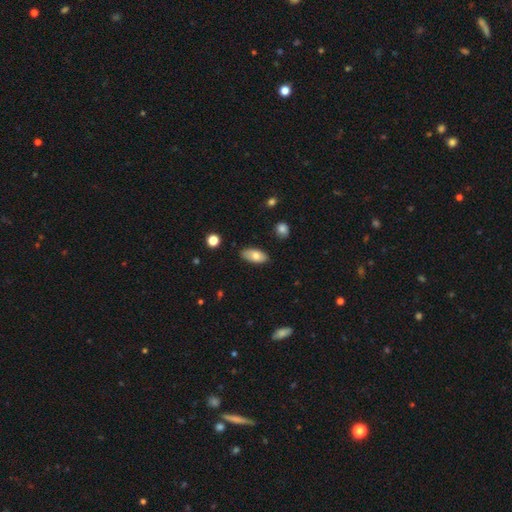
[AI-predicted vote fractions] Overall: smooth (77%). How rounded: in between (90%). Merging: none (84%).